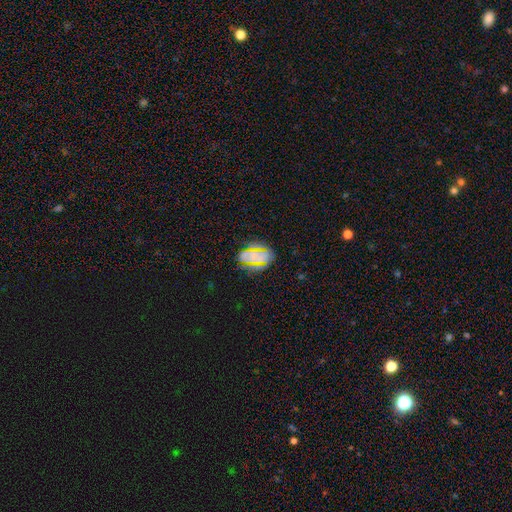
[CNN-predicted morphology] The model was most divided on "smooth or featured": smooth: 55%, star or artifact: 23%, featured or disk: 22%. More confident: merging — none (79%); how rounded — in between (70%).